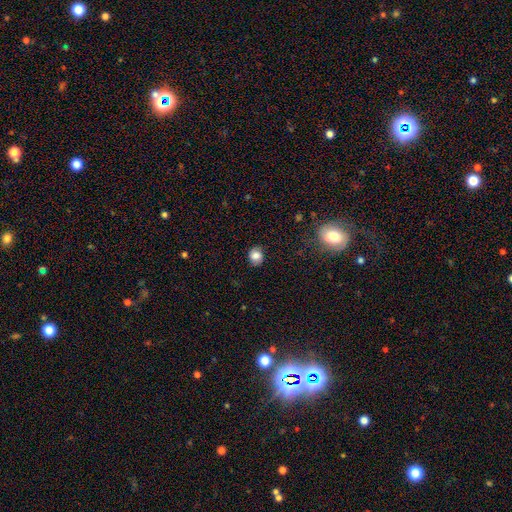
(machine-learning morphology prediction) smooth_or_featured: smooth (p=0.80) [alt: star or artifact p=0.11]
how_rounded: round (p=0.68) [alt: in between p=0.31]
merging: none (p=0.83) [alt: minor disturbance p=0.13]